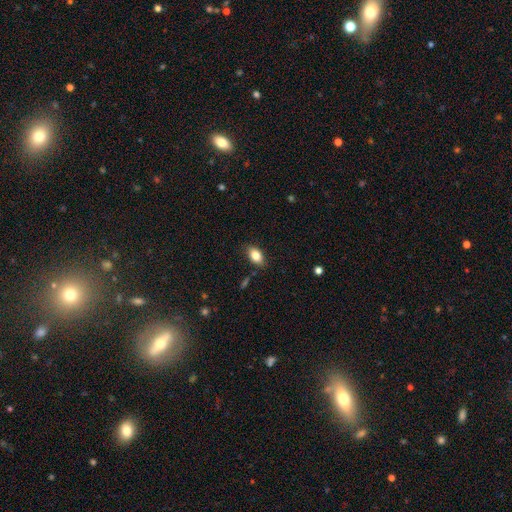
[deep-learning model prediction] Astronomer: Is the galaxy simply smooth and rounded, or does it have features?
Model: smooth — 83%.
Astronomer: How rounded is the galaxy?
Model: in between — 89%.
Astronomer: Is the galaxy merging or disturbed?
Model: none — 84%.